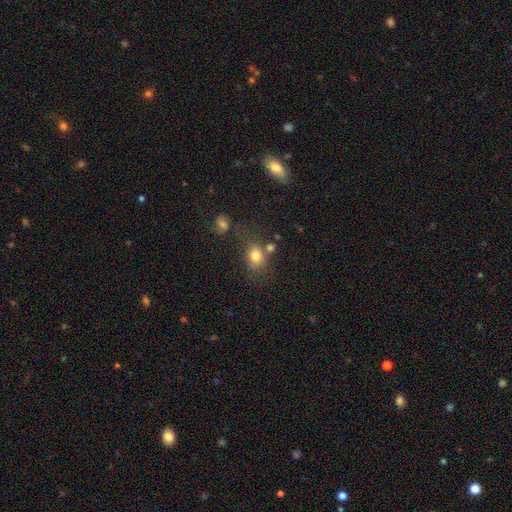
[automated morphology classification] Q: Smooth or featured?
A: smooth (78%); runner-up: star or artifact (13%)
Q: How rounded?
A: round (50%); runner-up: in between (49%)
Q: Merging?
A: none (60%); runner-up: minor disturbance (17%)